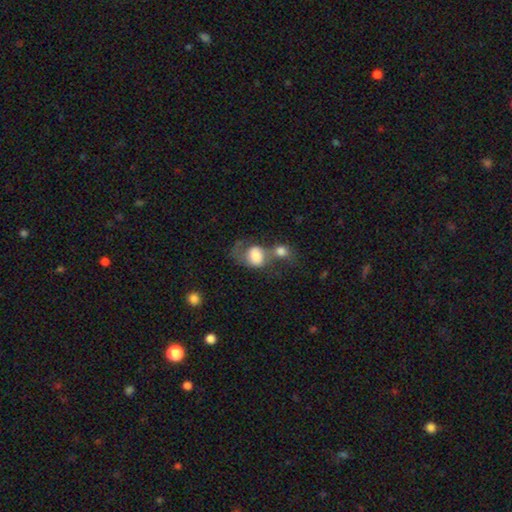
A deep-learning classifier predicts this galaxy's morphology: This appears to be a smooth galaxy with no disk features (68%) that is in between round and cigar-shaped (50%). Merging: merger (58%).